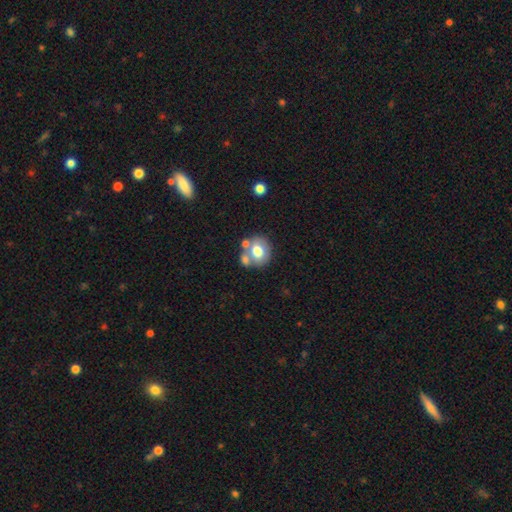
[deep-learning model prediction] smooth_or_featured: smooth (p=0.68) [alt: featured or disk p=0.22]
how_rounded: round (p=0.73) [alt: in between p=0.26]
merging: none (p=0.55) [alt: merger p=0.29]